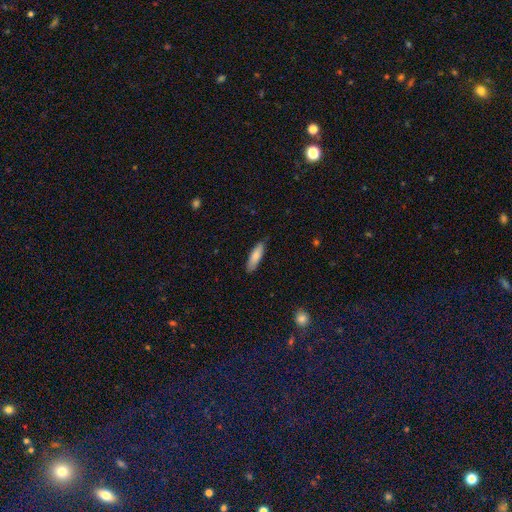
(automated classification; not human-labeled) A smooth galaxy with no disk features (81%) that is cigar-shaped (60%). Merging: none (81%).